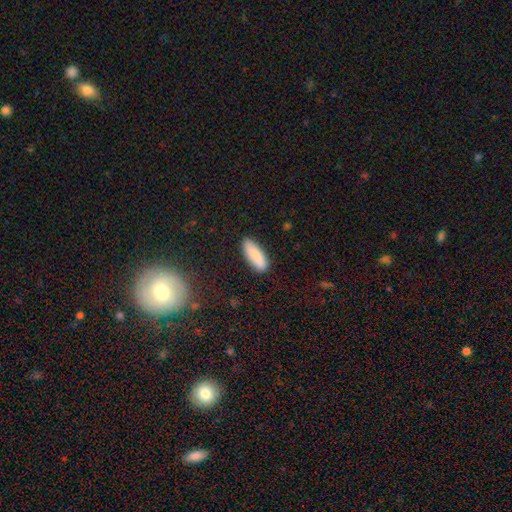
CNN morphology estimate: This appears to be a smooth galaxy with no disk features (87%) that is in between round and cigar-shaped (61%). Merging: none (86%).